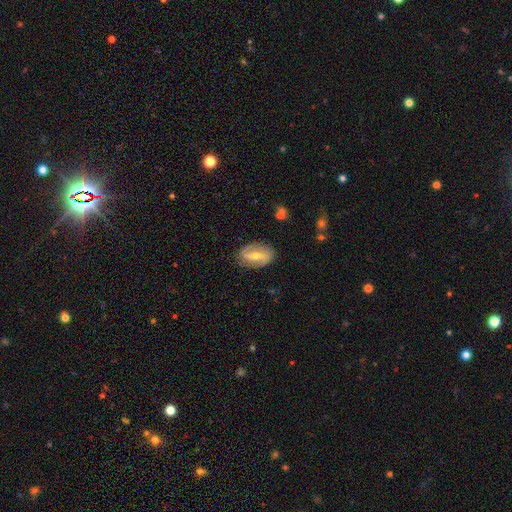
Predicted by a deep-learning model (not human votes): Smooth or featured? Predicted: featured or disk (p=0.76). Edge-on disk? Predicted: no (p=0.95). Bar? Predicted: strong (p=0.40). Spiral arms? Predicted: yes (p=0.86). Spiral winding? Predicted: loose (p=0.40). Spiral arm count? Predicted: 2 (p=0.85). Bulge size? Predicted: small (p=0.50). Merging? Predicted: none (p=0.82).